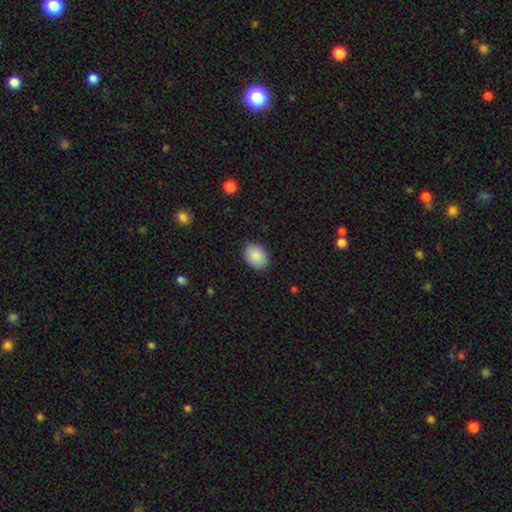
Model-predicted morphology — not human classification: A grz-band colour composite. It shows a smooth galaxy with no disk features (90%) that is in between round and cigar-shaped (78%). Merging: none (88%).